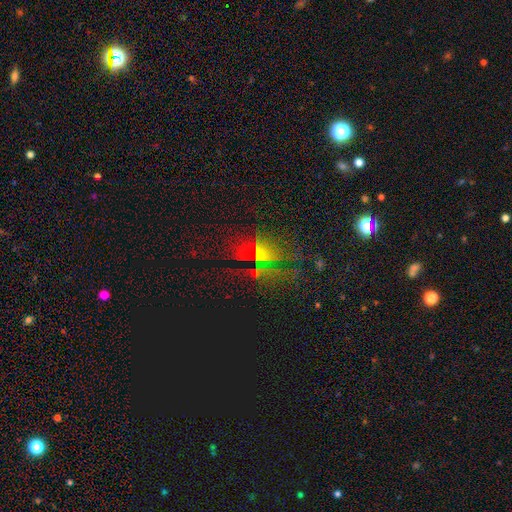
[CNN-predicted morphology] Q: Smooth or featured?
A: star or artifact (55%); runner-up: smooth (25%)